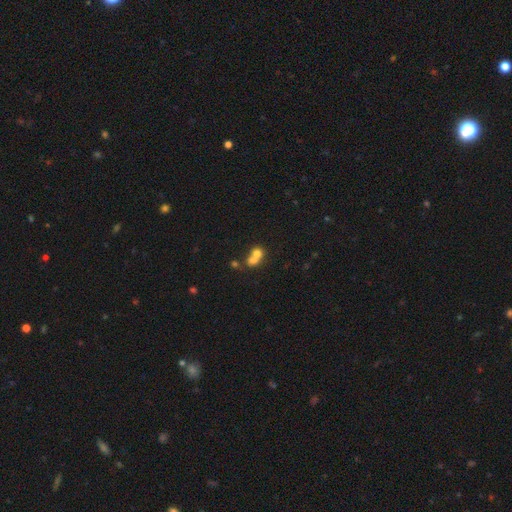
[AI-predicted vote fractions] Smooth or featured?
  - smooth: 68% *
  - featured or disk: 19%
  - star or artifact: 12%
How rounded?
  - round: 69% *
  - in between: 29%
  - cigar-shaped: 1%
Merging?
  - merger: 67% *
  - none: 24%
  - minor disturbance: 5%
  - major disturbance: 3%